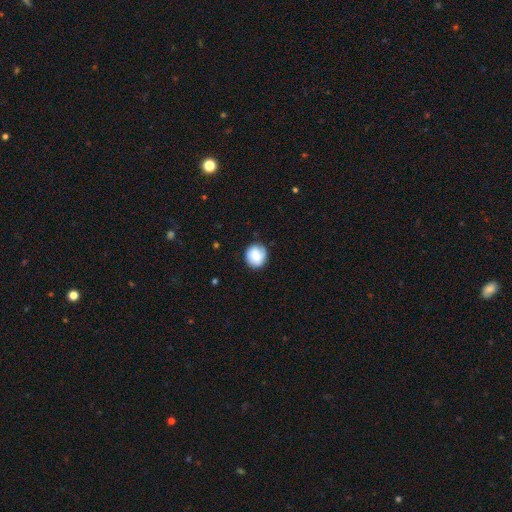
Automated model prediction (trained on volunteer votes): Overall: smooth (73%). How rounded: round (88%). Merging: none (82%).